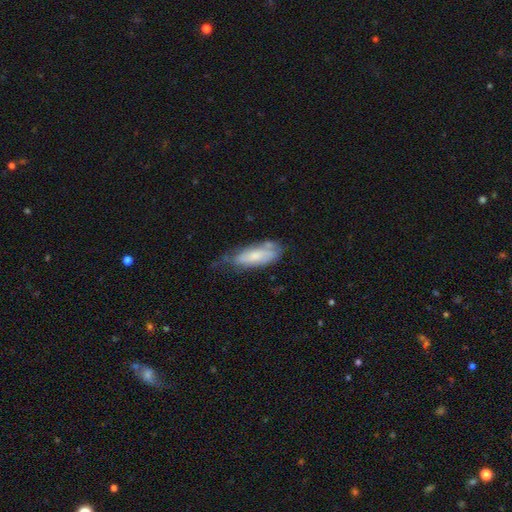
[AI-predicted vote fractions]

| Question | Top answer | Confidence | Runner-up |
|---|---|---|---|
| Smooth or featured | smooth | 54% | featured or disk (39%) |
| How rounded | in between | 68% | cigar-shaped (31%) |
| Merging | none | 41% | minor disturbance (39%) |